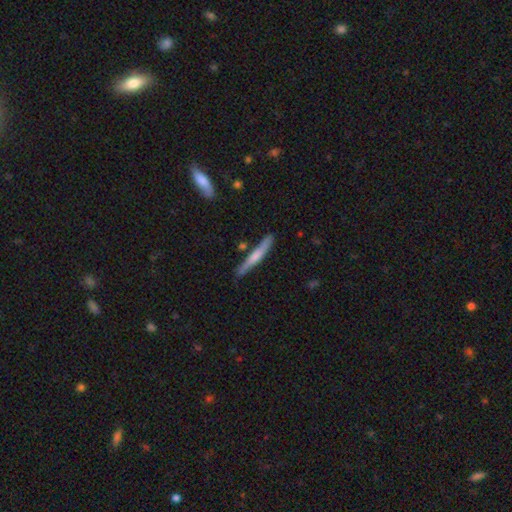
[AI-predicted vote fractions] A smooth galaxy with no disk features (52%) that is cigar-shaped (95%).

Vote fractions:
- Smooth or featured? smooth: 52% / featured or disk: 43% / star or artifact: 5%
- How rounded? cigar-shaped: 95% / in between: 4% / round: 1%
- Merging? none: 81% / minor disturbance: 13% / merger: 4% / major disturbance: 2%